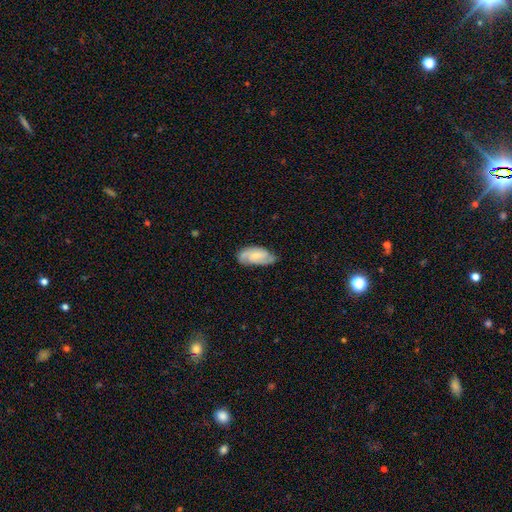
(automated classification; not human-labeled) Smooth or featured: featured or disk — 54% (smooth — 39%)
Edge-on disk: no — 94% (yes — 6%)
Bar: no — 59% (weak — 33%)
Spiral arms: yes — 89% (no — 11%)
Bulge size: small — 61% (moderate — 26%)
Merging: none — 64% (minor disturbance — 28%)